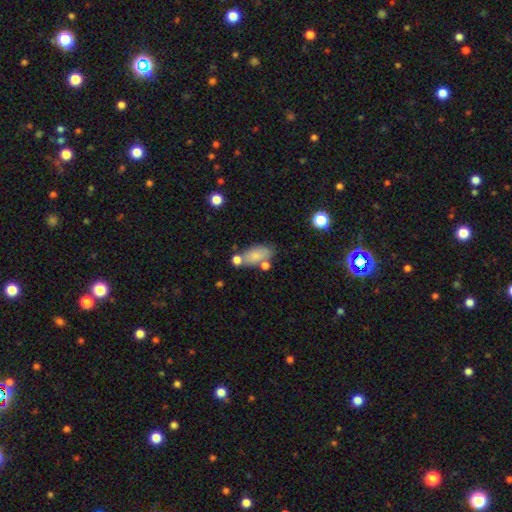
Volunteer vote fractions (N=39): A smooth galaxy with no disk features (72%) that is in between round and cigar-shaped (93%).

Vote fractions:
- Smooth or featured? smooth: 72% / featured or disk: 21% / star or artifact: 8%
- How rounded? in between: 93% / round: 4% / cigar-shaped: 4%
- Merging? none: 58% / merger: 28% / major disturbance: 8% / minor disturbance: 6%